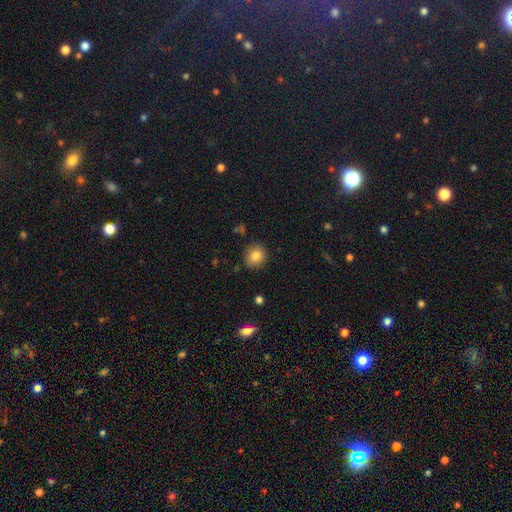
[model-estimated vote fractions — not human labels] This appears to be a smooth galaxy with no disk features (83%) that is round (86%). Merging: none (88%).